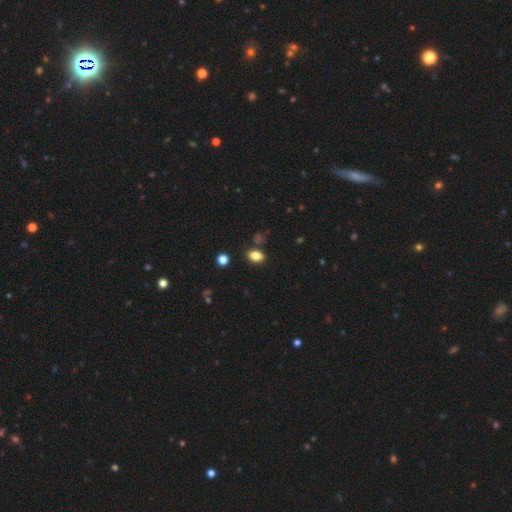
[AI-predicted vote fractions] The model was most divided on "how rounded": in between: 77%, round: 22%, cigar-shaped: 1%. More confident: smooth or featured — smooth (83%); merging — none (83%).